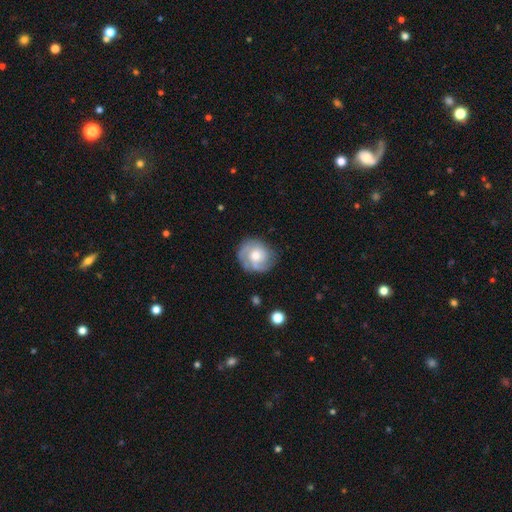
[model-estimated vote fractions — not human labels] Morphology: type=featured or disk (56%); edge-on=no (97%); bar=no (78%); spiral arms=yes (78%); bulge=moderate (64%); merging=none (70%).